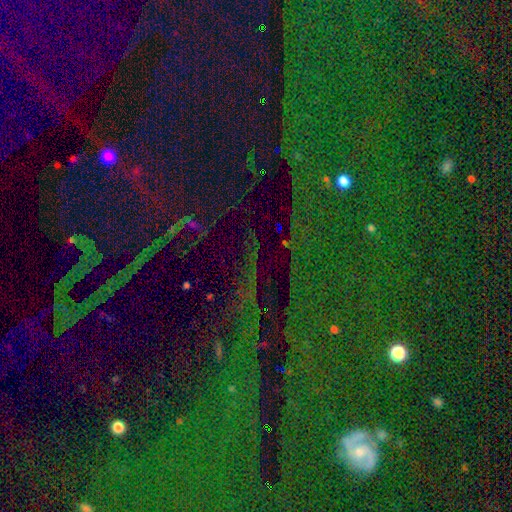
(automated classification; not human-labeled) Smooth or featured: star or artifact — 82% (smooth — 10%)